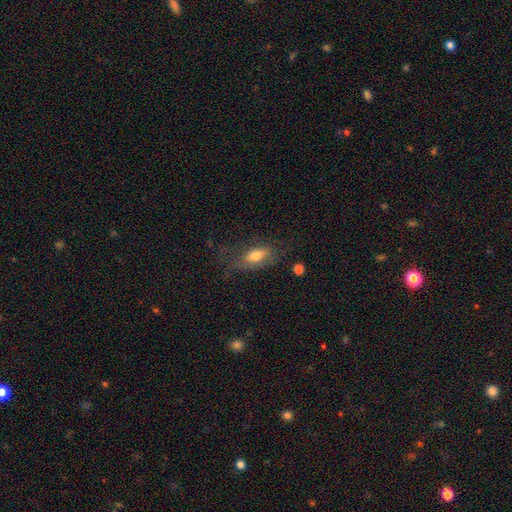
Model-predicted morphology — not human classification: Smooth or featured? Predicted: smooth (p=0.65). How rounded? Predicted: in between (p=0.81). Merging? Predicted: none (p=0.54).